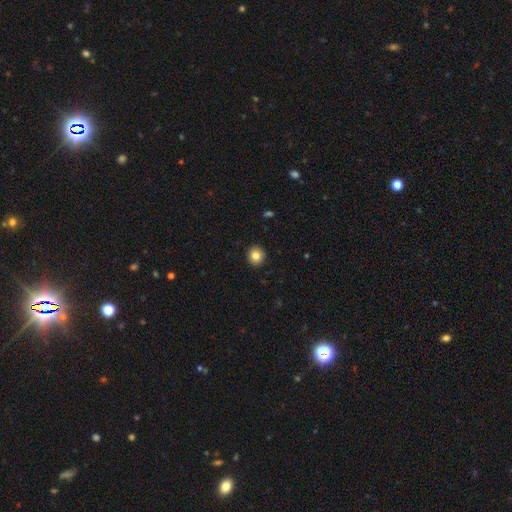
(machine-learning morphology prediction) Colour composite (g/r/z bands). It shows a smooth galaxy with no disk features (83%) that is round (90%). Merging: none (92%).